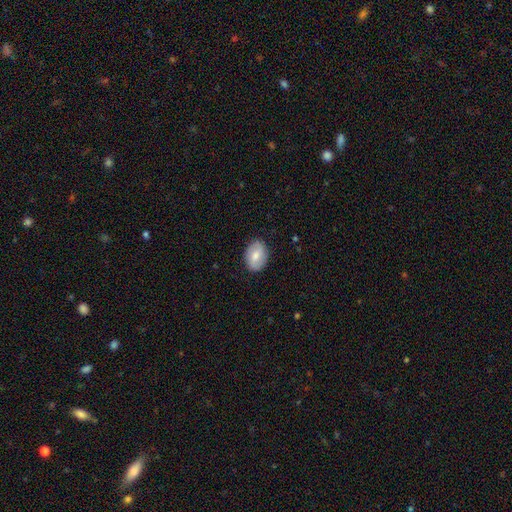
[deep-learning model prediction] This is likely a smooth galaxy (69%). How rounded: likely in between (76%). Merging: clearly none (85%).